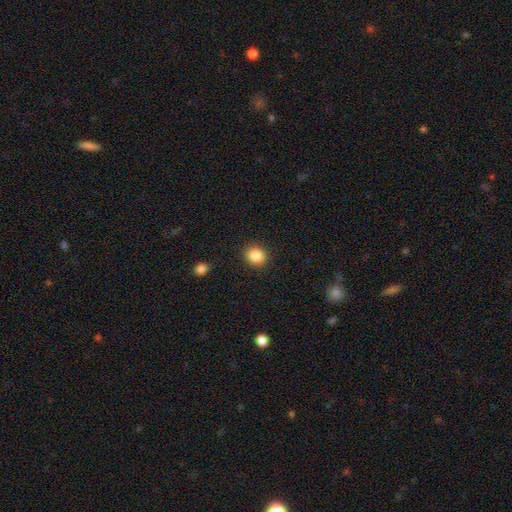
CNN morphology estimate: A smooth galaxy with no disk features (86%) that is round (78%).

Vote fractions:
- Smooth or featured? smooth: 86% / star or artifact: 9% / featured or disk: 5%
- How rounded? round: 78% / in between: 22% / cigar-shaped: 1%
- Merging? none: 90% / minor disturbance: 6% / major disturbance: 2% / merger: 1%